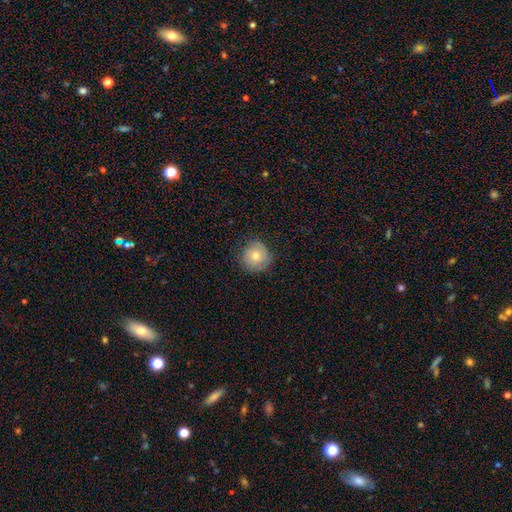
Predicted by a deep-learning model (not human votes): This is possibly a smooth galaxy (52%). How rounded: clearly round (93%). Merging: clearly none (81%).